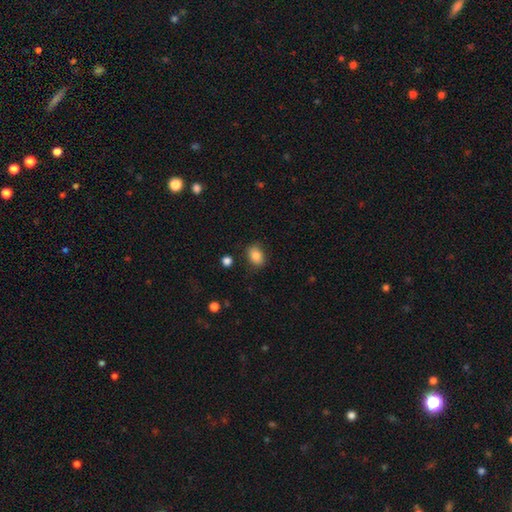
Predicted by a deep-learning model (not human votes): Q: Smooth or featured?
A: smooth (85%); runner-up: star or artifact (9%)
Q: How rounded?
A: in between (63%); runner-up: round (36%)
Q: Merging?
A: none (82%); runner-up: minor disturbance (13%)